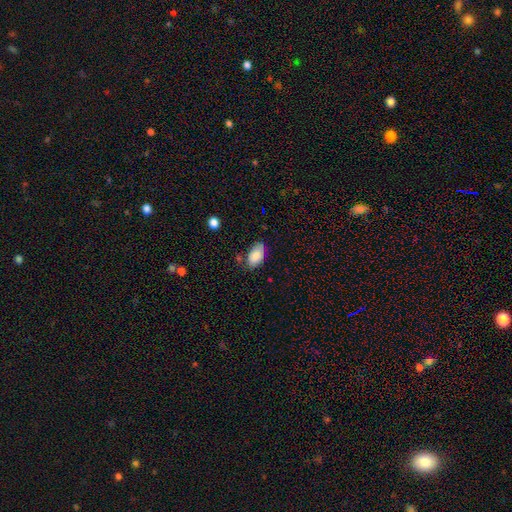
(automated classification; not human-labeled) Morphology: type=smooth (86%); roundness=in between (94%); merging=none (67%).